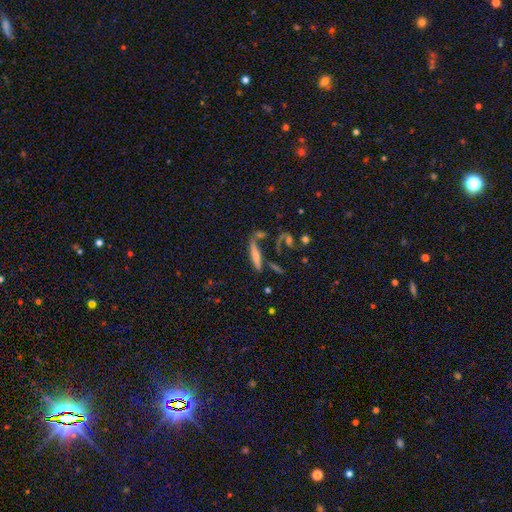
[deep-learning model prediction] The model was most divided on "smooth or featured": smooth: 50%, featured or disk: 40%, star or artifact: 10%. More confident: how rounded — cigar-shaped (85%); merging — none (55%).